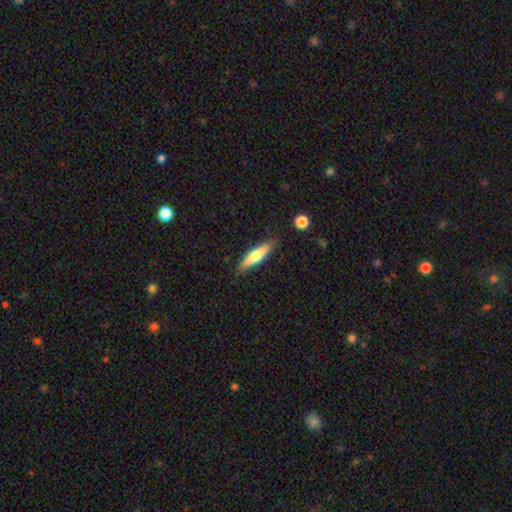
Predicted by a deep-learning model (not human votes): Morphology: type=smooth (56%); roundness=cigar-shaped (77%); merging=none (85%).